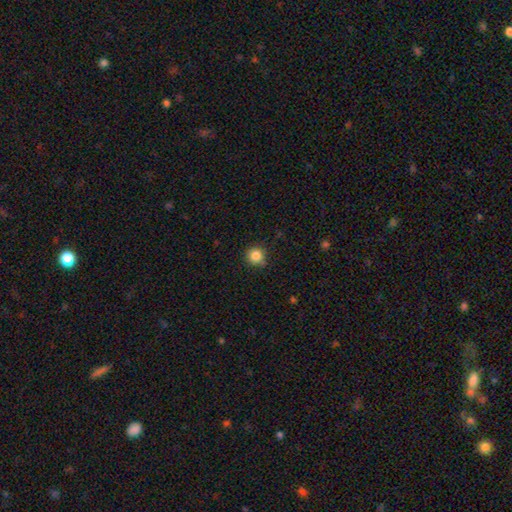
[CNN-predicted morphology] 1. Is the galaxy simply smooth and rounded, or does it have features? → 85% smooth, 11% star or artifact, 4% featured or disk.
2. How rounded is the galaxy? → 93% round, 6% in between, 1% cigar-shaped.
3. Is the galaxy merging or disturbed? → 82% none, 13% minor disturbance, 3% major disturbance, 2% merger.